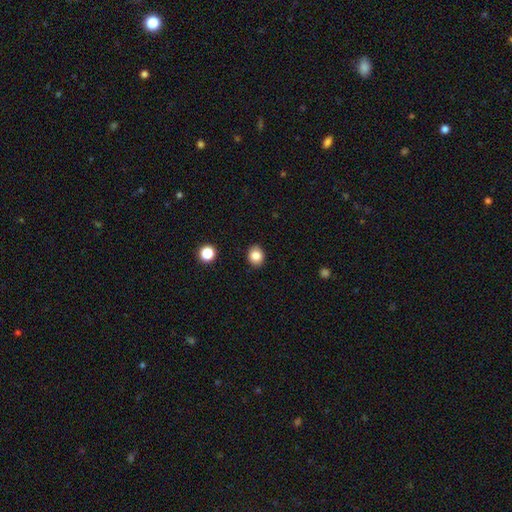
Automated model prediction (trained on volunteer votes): Smooth or featured: smooth — 85% (star or artifact — 10%)
How rounded: round — 60% (in between — 40%)
Merging: none — 89% (minor disturbance — 8%)